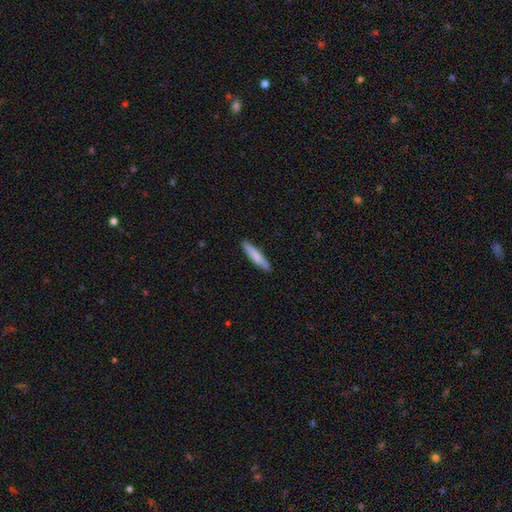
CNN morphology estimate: This is likely a smooth galaxy (79%). How rounded: clearly cigar-shaped (90%). Merging: clearly none (90%).